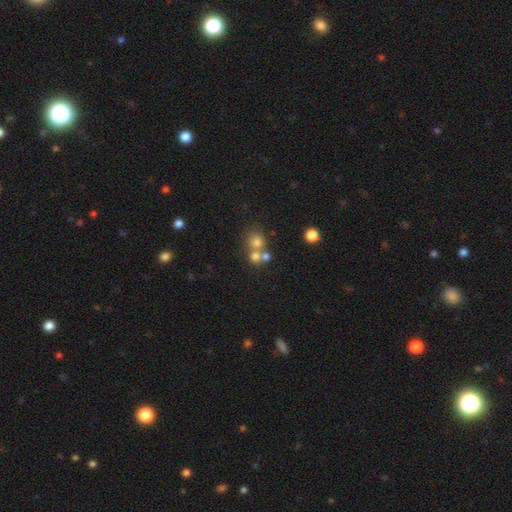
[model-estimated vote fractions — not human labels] A smooth galaxy with no disk features (68%) that is round (84%).

Vote fractions:
- Smooth or featured? smooth: 68% / star or artifact: 16% / featured or disk: 16%
- How rounded? round: 84% / in between: 15% / cigar-shaped: 1%
- Merging? merger: 49% / none: 42% / minor disturbance: 6% / major disturbance: 3%